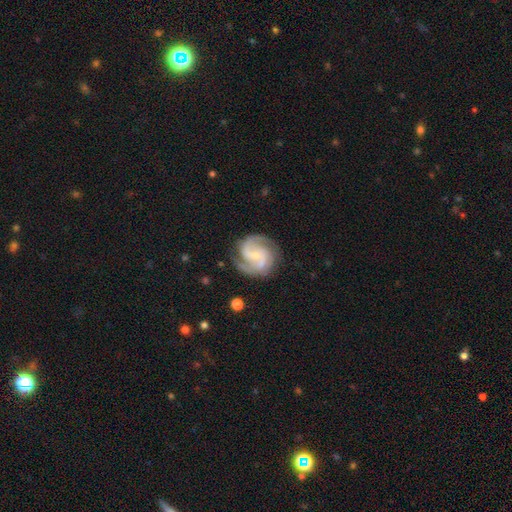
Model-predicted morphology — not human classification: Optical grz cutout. It shows a featured or disk galaxy (88%) with a weak bar (44%), 2 (79%) medium (52%) spiral arms (97%) and a small central bulge (68%). Merging: none (76%).